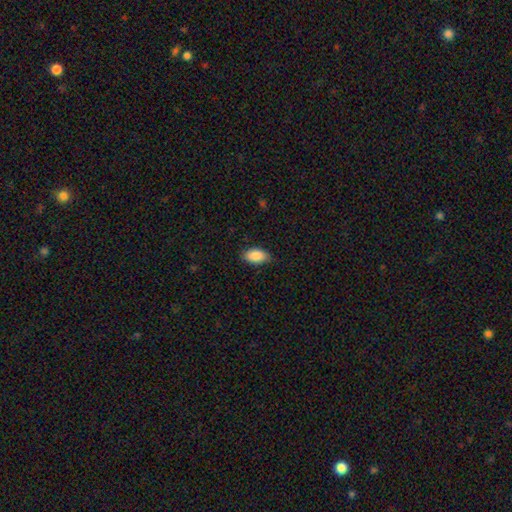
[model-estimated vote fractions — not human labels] smooth-or-featured: smooth: 88% | star or artifact: 7% | featured or disk: 5%
  how-rounded: in between: 93% | round: 4% | cigar-shaped: 3%
  merging: none: 81% | minor disturbance: 16% | major disturbance: 3% | merger: 1%